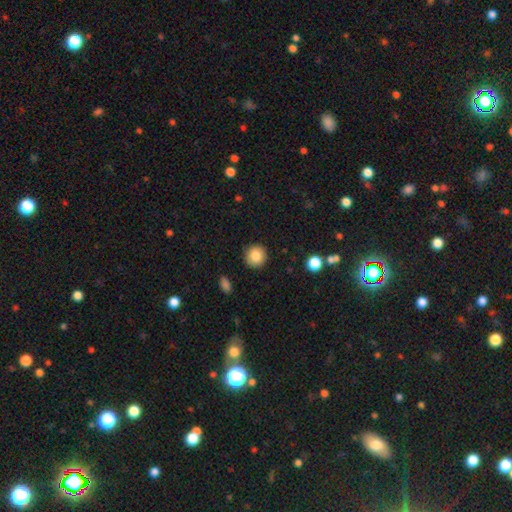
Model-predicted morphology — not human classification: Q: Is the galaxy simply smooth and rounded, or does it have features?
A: smooth — 85%.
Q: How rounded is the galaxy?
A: round — 92%.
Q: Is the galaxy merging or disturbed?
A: none — 90%.